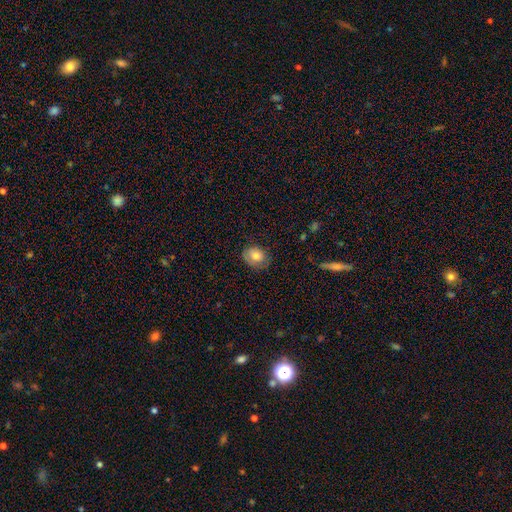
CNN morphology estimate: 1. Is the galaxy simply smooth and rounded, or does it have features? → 77% smooth, 15% featured or disk, 9% star or artifact.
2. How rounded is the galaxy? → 50% in between (tied), 50% round (tied), 1% cigar-shaped.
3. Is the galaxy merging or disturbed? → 71% none, 22% minor disturbance, 6% major disturbance, 1% merger.